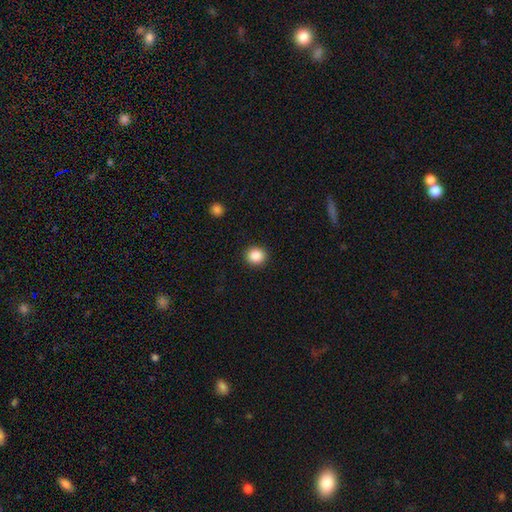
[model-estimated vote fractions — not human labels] Smooth or featured: smooth — 87% (star or artifact — 9%)
How rounded: round — 88% (in between — 11%)
Merging: none — 92% (minor disturbance — 5%)